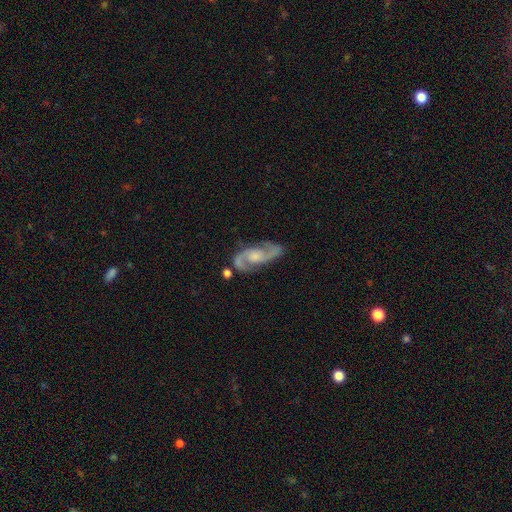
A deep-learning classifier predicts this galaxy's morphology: featured or disk 89%, smooth 7%, star or artifact 5%. Down the decision tree: edge-on disk — no (95%); bar — no (55%); spiral arms — yes (97%); spiral arm count — 2 (93%); spiral winding — medium (54%); bulge size — moderate (42%); merging — none (73%).